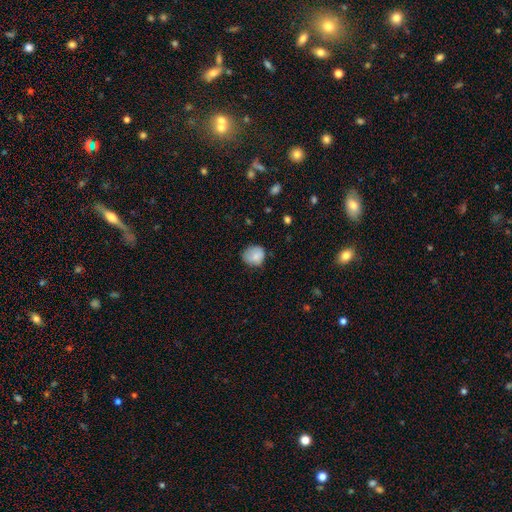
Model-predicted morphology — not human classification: A smooth galaxy with no disk features (82%) that is round (71%). Merging: none (63%).